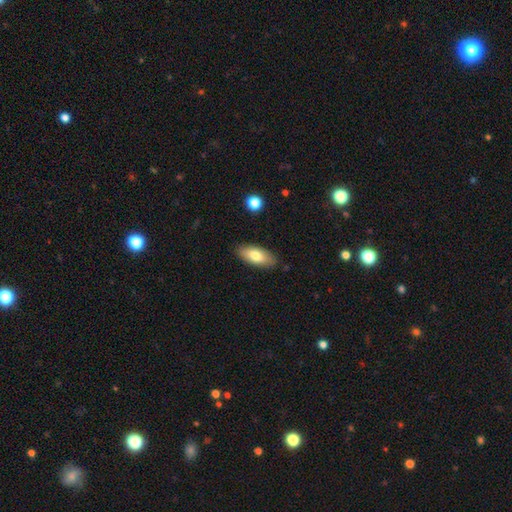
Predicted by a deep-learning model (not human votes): Overall: smooth (77%). How rounded: in between (86%). Merging: none (86%).